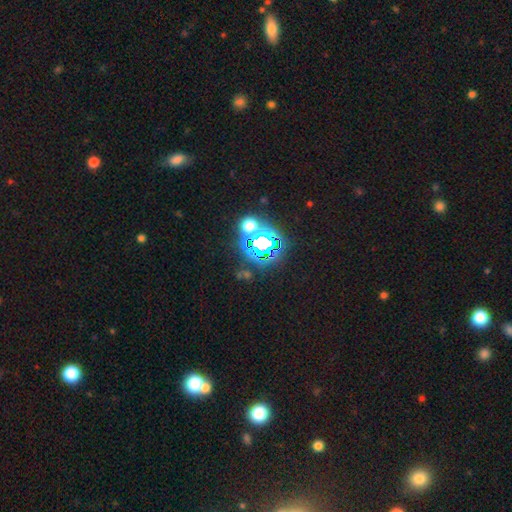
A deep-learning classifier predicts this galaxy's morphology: Overall: star or artifact (81%).